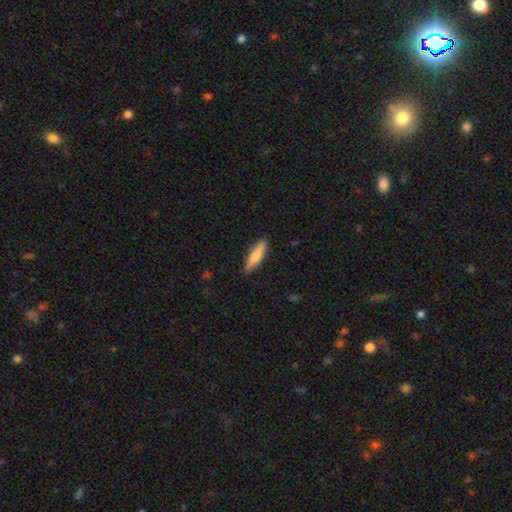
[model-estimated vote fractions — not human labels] This appears to be a smooth galaxy with no disk features (79%) that is cigar-shaped (72%). Merging: none (87%).